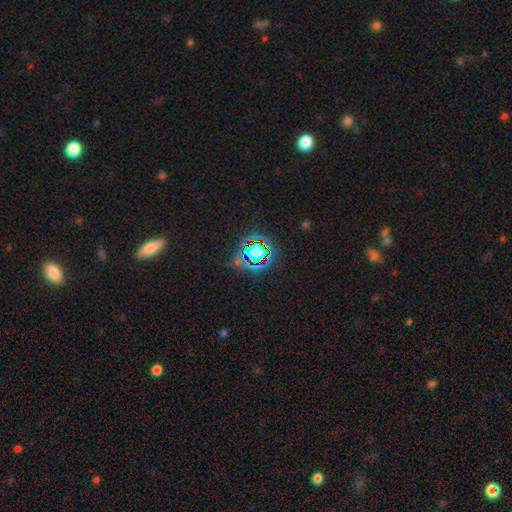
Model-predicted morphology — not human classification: Smooth or featured?
  - star or artifact: 72% *
  - smooth: 17%
  - featured or disk: 11%